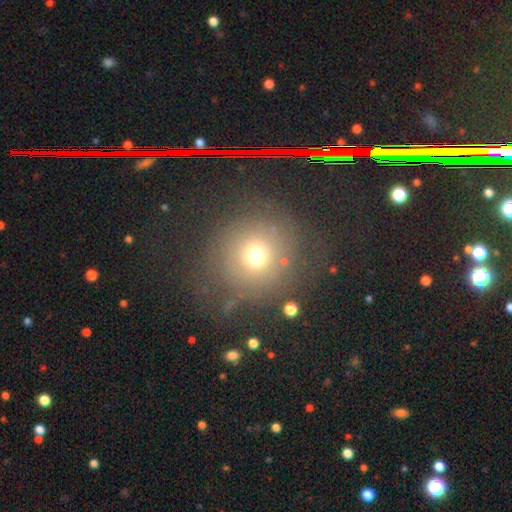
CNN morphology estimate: A smooth galaxy with no disk features (67%) that is round (92%). Merging: none (75%).